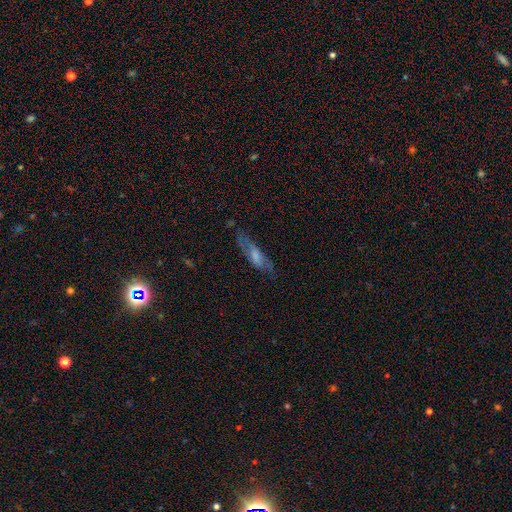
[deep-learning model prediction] Smooth or featured?
  - smooth: 52% *
  - featured or disk: 41%
  - star or artifact: 7%
How rounded?
  - cigar-shaped: 58% *
  - in between: 40%
  - round: 2%
Merging?
  - none: 66% *
  - minor disturbance: 22%
  - major disturbance: 10%
  - merger: 2%